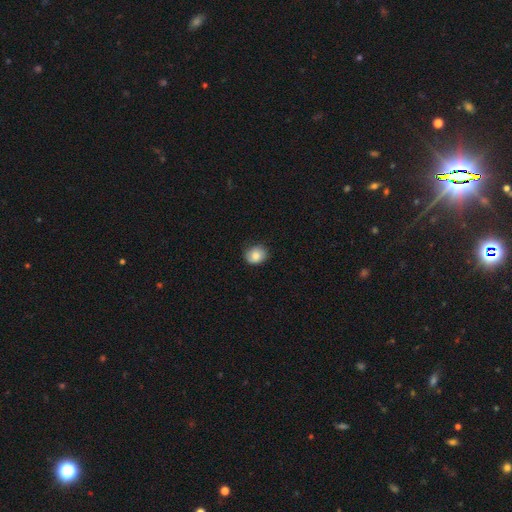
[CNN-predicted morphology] The model was most divided on "how rounded": round: 68%, in between: 31%, cigar-shaped: 1%. More confident: smooth or featured — smooth (80%); merging — none (78%).